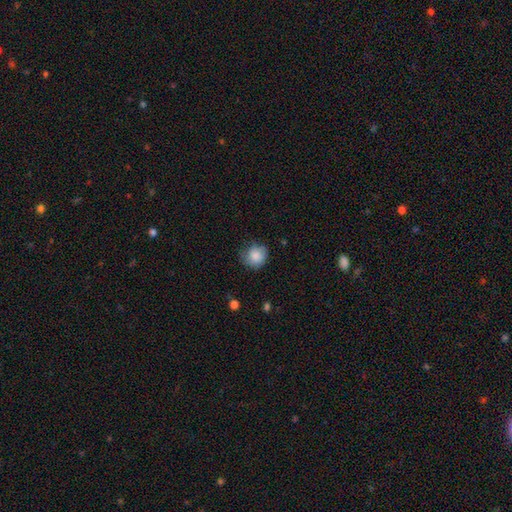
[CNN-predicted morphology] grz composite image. It shows a smooth galaxy with no disk features (85%) that is round (85%). Merging: none (66%).